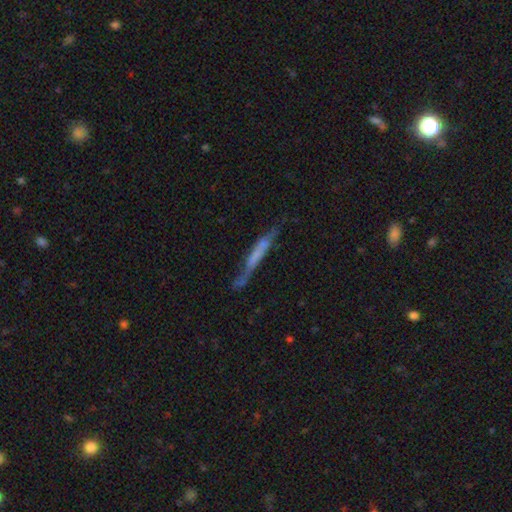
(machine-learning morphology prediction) Overall: featured or disk (52%; smooth 40%). Edge-on disk: yes (80%). Merging: none (55%; minor disturbance 26%).